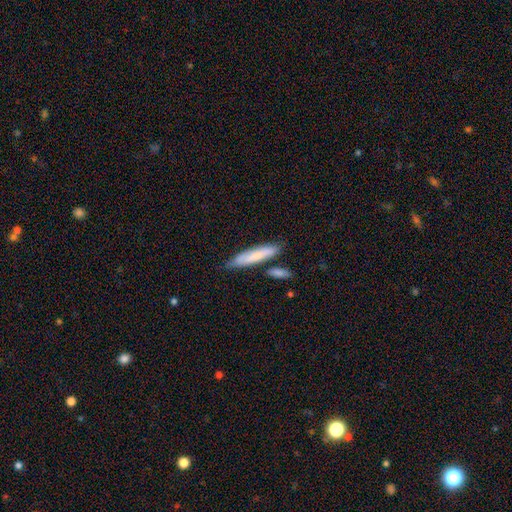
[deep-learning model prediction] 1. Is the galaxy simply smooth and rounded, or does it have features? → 70% smooth, 24% featured or disk, 6% star or artifact.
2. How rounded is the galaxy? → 84% cigar-shaped, 15% in between, 2% round.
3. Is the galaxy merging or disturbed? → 72% none, 15% minor disturbance, 10% merger, 3% major disturbance.